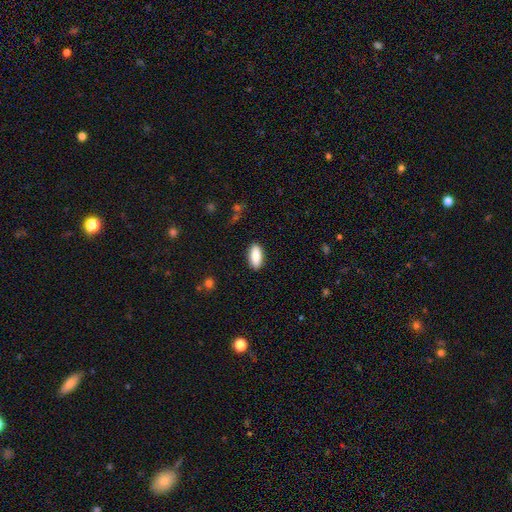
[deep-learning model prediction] smooth-or-featured: smooth: 87% | featured or disk: 7% | star or artifact: 6%
  how-rounded: in between: 87% | cigar-shaped: 10% | round: 2%
  merging: none: 88% | minor disturbance: 8% | major disturbance: 2% | merger: 1%